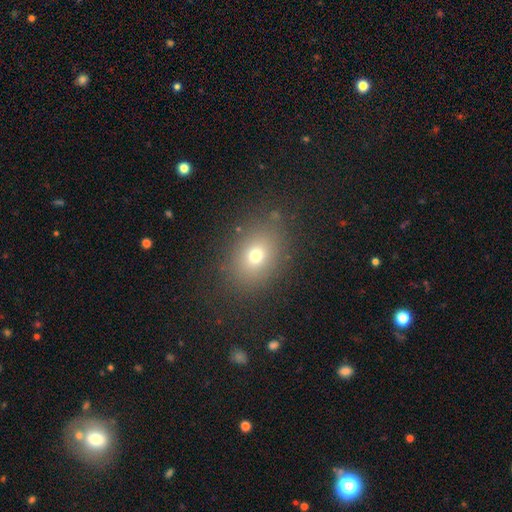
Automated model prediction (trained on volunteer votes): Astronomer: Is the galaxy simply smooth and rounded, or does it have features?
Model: smooth — 71%.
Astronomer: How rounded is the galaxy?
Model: in between — 57% (runner-up: round, 42%).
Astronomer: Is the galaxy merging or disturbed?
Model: none — 83%.